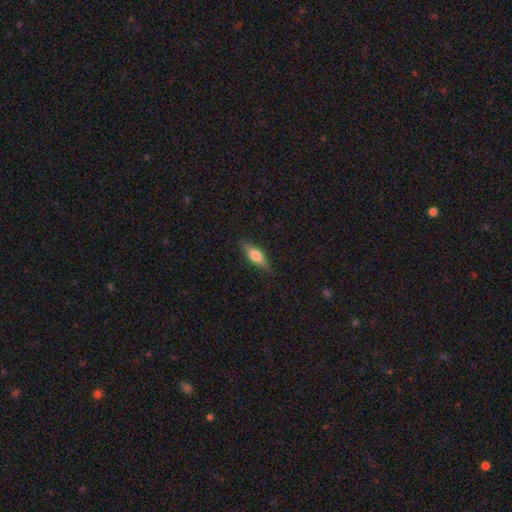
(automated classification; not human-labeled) The model was most divided on "how rounded": in between: 55%, cigar-shaped: 42%, round: 3%. More confident: merging — none (83%); smooth or featured — smooth (61%).